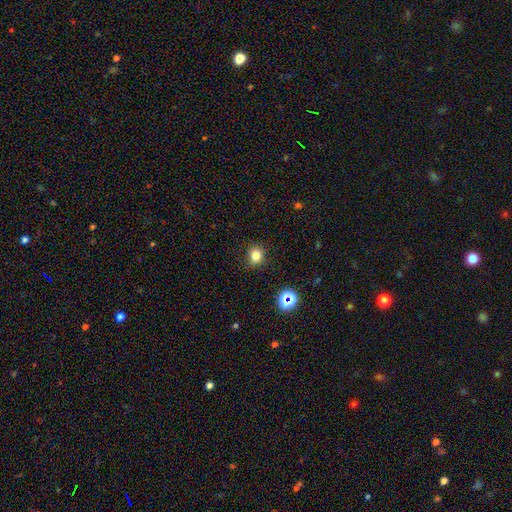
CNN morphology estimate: smooth 80%, star or artifact 15%, featured or disk 6%. Down the decision tree: how rounded — round (73%); merging — none (88%).